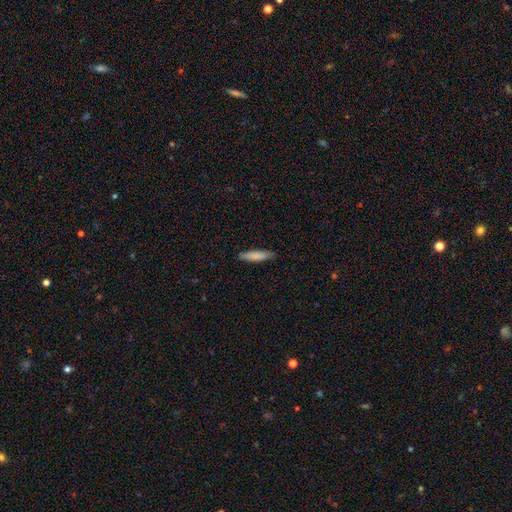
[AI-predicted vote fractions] Q: Smooth or featured?
A: smooth (82%); runner-up: featured or disk (12%)
Q: How rounded?
A: cigar-shaped (82%); runner-up: in between (17%)
Q: Merging?
A: none (85%); runner-up: minor disturbance (12%)